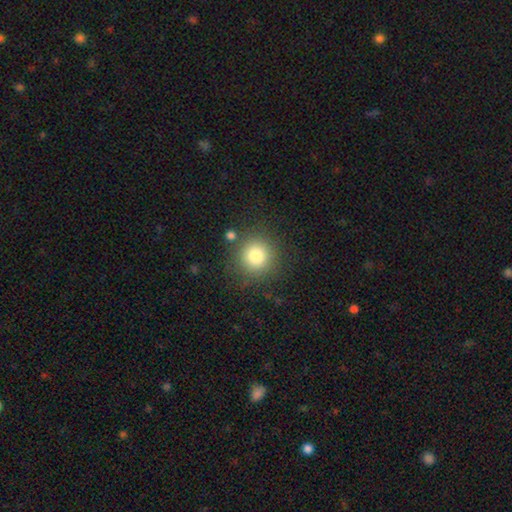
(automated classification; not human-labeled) smooth 79%, star or artifact 12%, featured or disk 8%. Down the decision tree: how rounded — round (93%); merging — none (83%).